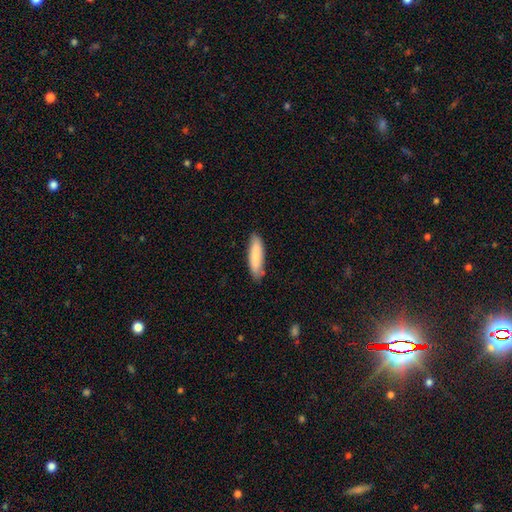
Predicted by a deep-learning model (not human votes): Smooth or featured? smooth (81%)
How rounded? cigar-shaped (63%)
Merging? none (83%)